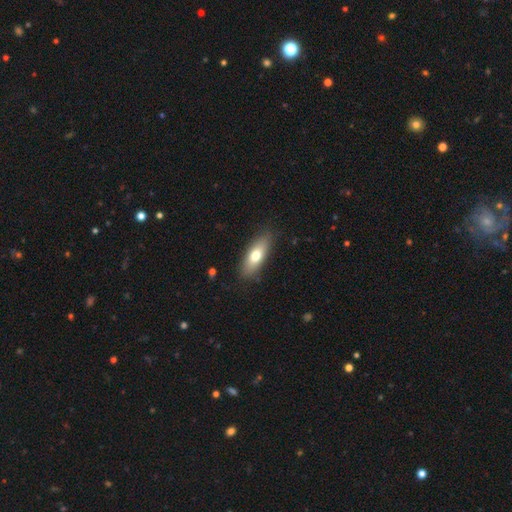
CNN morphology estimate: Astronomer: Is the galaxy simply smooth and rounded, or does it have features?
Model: smooth — 69%.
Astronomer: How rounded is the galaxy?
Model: in between — 68%.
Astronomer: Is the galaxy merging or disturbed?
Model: none — 85%.